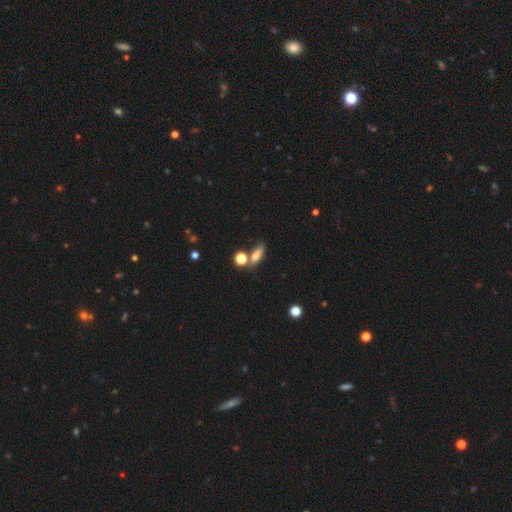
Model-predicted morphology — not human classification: This is likely a smooth galaxy (75%). How rounded: likely in between (61%). Merging: possibly none (60%).